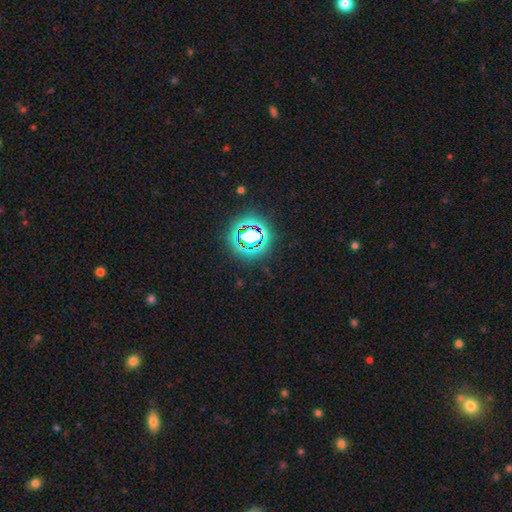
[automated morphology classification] Q: Smooth or featured?
A: star or artifact (82%); runner-up: smooth (12%)